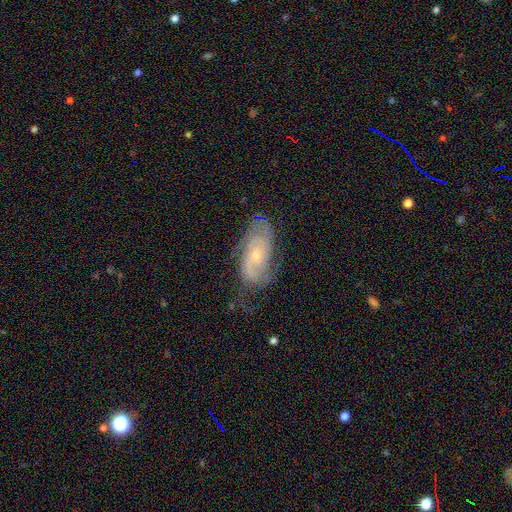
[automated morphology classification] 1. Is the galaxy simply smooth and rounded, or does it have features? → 79% featured or disk, 14% smooth, 7% star or artifact.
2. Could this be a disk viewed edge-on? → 95% no, 5% yes.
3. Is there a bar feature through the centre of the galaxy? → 72% no, 24% weak, 5% strong.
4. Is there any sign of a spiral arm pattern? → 93% yes, 7% no.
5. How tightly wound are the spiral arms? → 53% tight, 36% medium, 11% loose.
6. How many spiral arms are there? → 37% 2, 31% can't tell, 17% 3, 6% 4, 4% 1, 4% more than 4.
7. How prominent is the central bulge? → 66% small, 30% moderate, 2% none, 1% large, 1% dominant.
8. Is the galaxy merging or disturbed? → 63% none, 24% minor disturbance, 11% major disturbance, 2% merger.